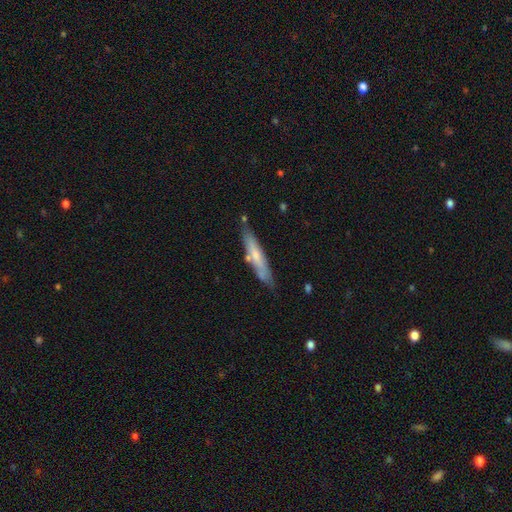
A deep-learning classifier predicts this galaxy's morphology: smooth-or-featured: smooth: 51% | featured or disk: 43% | star or artifact: 6%
  how-rounded: cigar-shaped: 88% | in between: 11% | round: 1%
  merging: none: 75% | minor disturbance: 16% | merger: 6% | major disturbance: 3%